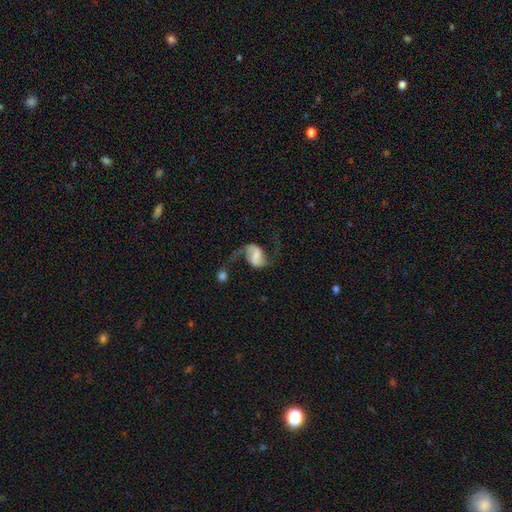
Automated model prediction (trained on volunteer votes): smooth_or_featured: featured or disk (p=0.74) [alt: smooth p=0.18]
disk_edge_on: no (p=0.98) [alt: yes p=0.02]
bar: weak (p=0.43) [alt: strong p=0.29]
has_spiral_arms: yes (p=0.93) [alt: no p=0.07]
spiral_winding: loose (p=0.73) [alt: medium p=0.22]
spiral_arm_count: 2 (p=0.89) [alt: 1 p=0.06]
bulge_size: none (p=0.36) [alt: large p=0.20]
merging: none (p=0.46) [alt: major disturbance p=0.26]